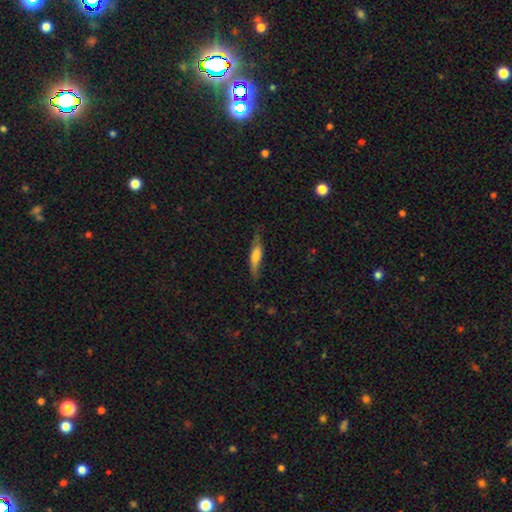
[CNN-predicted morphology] Smooth or featured: smooth — 61% (featured or disk — 33%)
How rounded: cigar-shaped — 76% (in between — 22%)
Merging: none — 72% (minor disturbance — 21%)